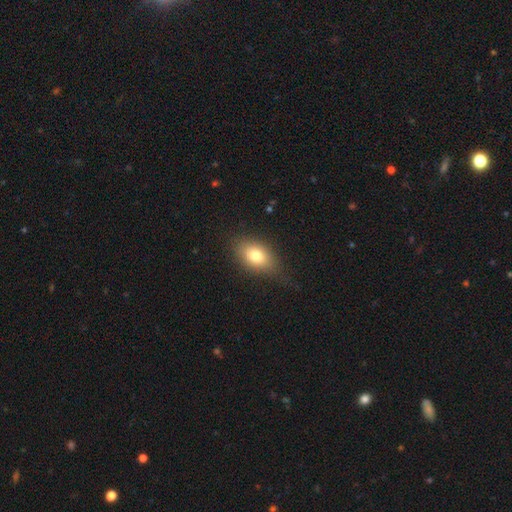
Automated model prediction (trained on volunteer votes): Q: Smooth or featured?
A: smooth (78%); runner-up: featured or disk (13%)
Q: How rounded?
A: in between (83%); runner-up: round (14%)
Q: Merging?
A: none (72%); runner-up: minor disturbance (21%)